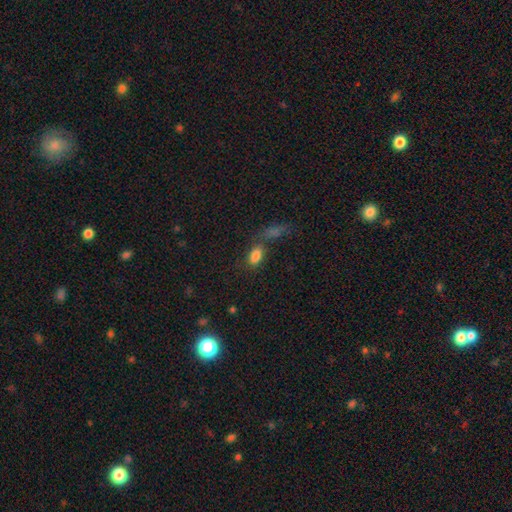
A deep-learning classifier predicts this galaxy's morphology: A smooth galaxy with no disk features (81%) that is in between round and cigar-shaped (88%).

Vote fractions:
- Smooth or featured? smooth: 81% / star or artifact: 12% / featured or disk: 7%
- How rounded? in between: 88% / round: 8% / cigar-shaped: 5%
- Merging? none: 52% / merger: 27% / minor disturbance: 13% / major disturbance: 7%